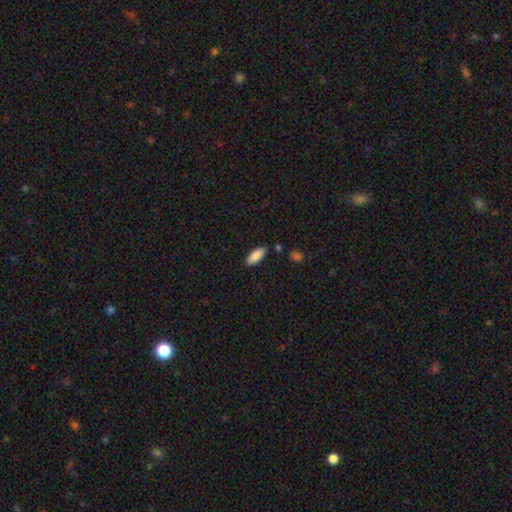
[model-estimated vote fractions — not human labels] Smooth or featured: smooth — 87% (star or artifact — 6%)
How rounded: in between — 77% (cigar-shaped — 21%)
Merging: none — 85% (minor disturbance — 10%)